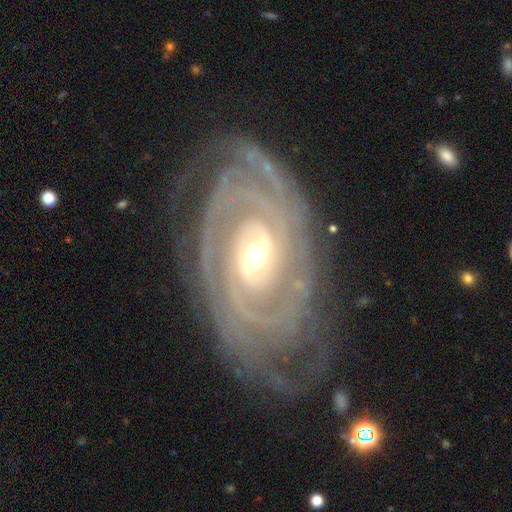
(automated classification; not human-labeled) Morphology: type=featured or disk (91%); edge-on=no (96%); bar=no (40%); spiral arms=yes (97%); winding=tight (75%); arm count=2 (38%); bulge=moderate (52%); merging=none (76%).